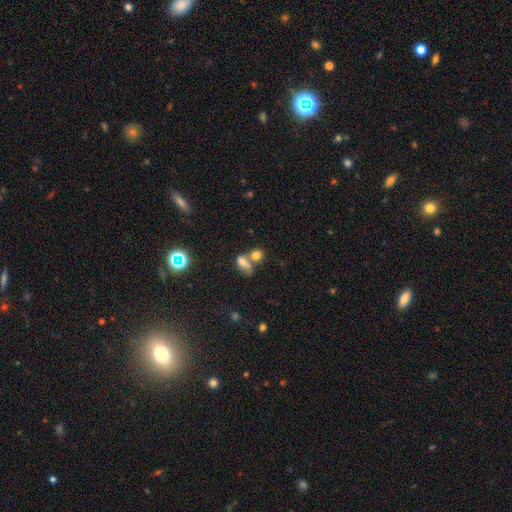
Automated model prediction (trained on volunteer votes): The model was most divided on "how rounded": round: 58%, in between: 39%, cigar-shaped: 2%. More confident: smooth or featured — smooth (74%); merging — merger (55%).